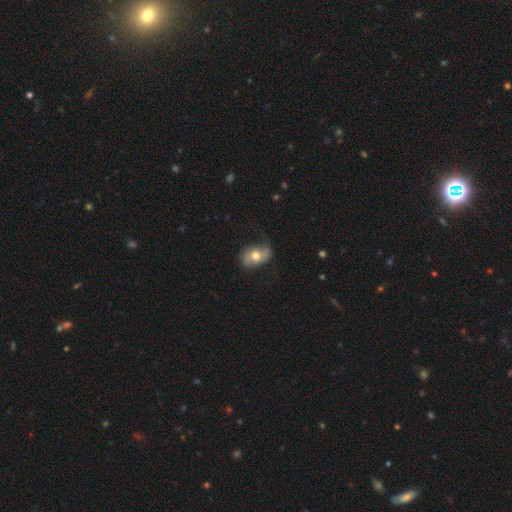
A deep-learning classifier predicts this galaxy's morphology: Smooth or featured? Predicted: featured or disk (p=0.47). Merging? Predicted: none (p=0.57).